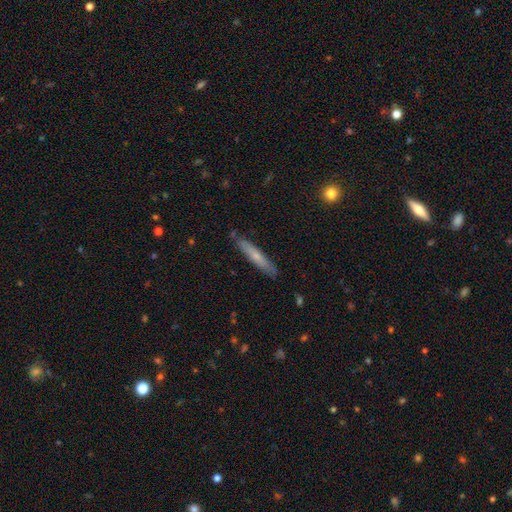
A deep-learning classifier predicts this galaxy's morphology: Smooth or featured?
  - smooth: 60% *
  - featured or disk: 34%
  - star or artifact: 6%
How rounded?
  - cigar-shaped: 93% *
  - in between: 6%
  - round: 1%
Merging?
  - none: 86% *
  - minor disturbance: 11%
  - major disturbance: 2%
  - merger: 2%